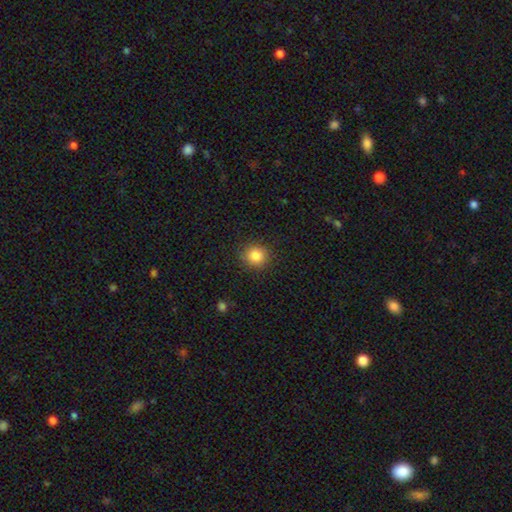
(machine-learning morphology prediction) Smooth or featured? smooth (84%)
How rounded? round (90%)
Merging? none (90%)